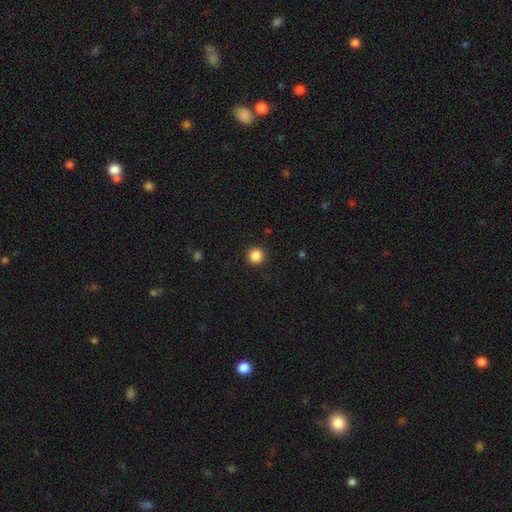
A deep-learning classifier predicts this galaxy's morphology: Smooth or featured? Predicted: smooth (p=0.86). How rounded? Predicted: round (p=0.96). Merging? Predicted: none (p=0.93).